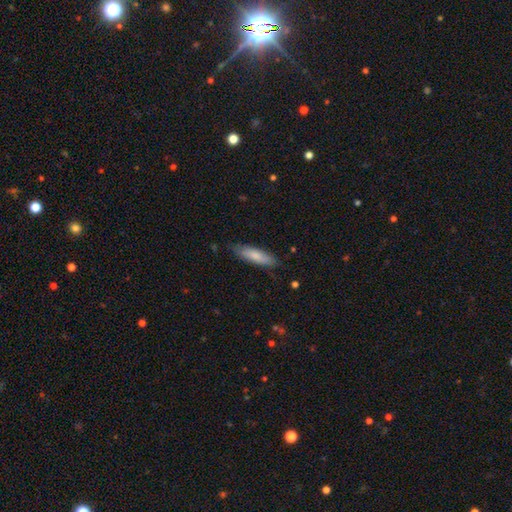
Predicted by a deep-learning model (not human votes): A smooth galaxy with no disk features (76%) that is cigar-shaped (66%). Merging: none (81%).